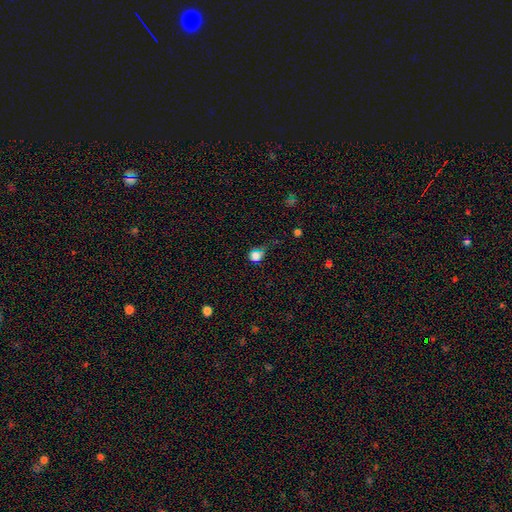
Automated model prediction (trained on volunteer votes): Smooth or featured? smooth (73%)
How rounded? round (83%)
Merging? none (53%)